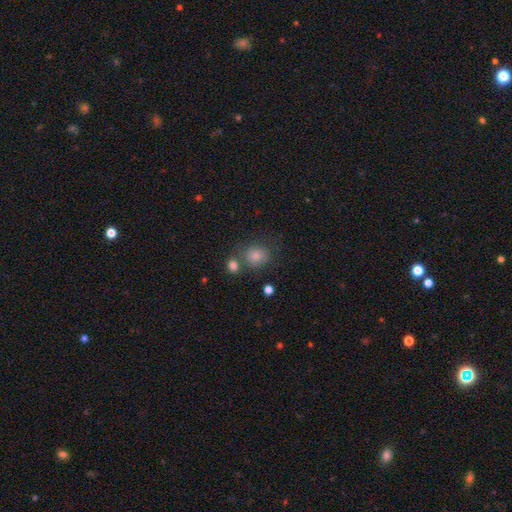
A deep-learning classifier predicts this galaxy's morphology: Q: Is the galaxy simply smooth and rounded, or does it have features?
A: smooth — 82%.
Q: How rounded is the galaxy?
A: round — 75%.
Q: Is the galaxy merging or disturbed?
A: none — 63%.